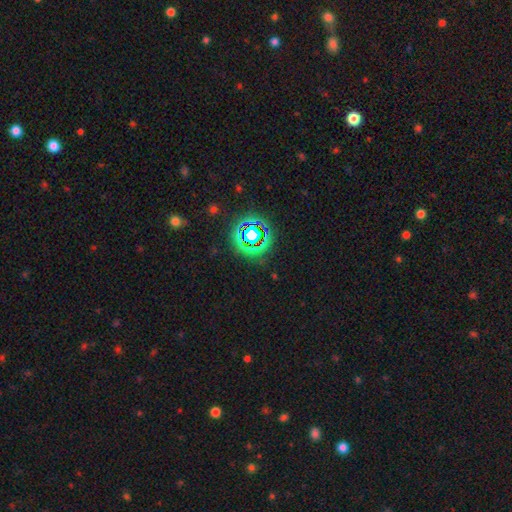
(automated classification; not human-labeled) A star or artifact, not a galaxy (74%).

Vote fractions:
- Smooth or featured? star or artifact: 74% / smooth: 16% / featured or disk: 10%